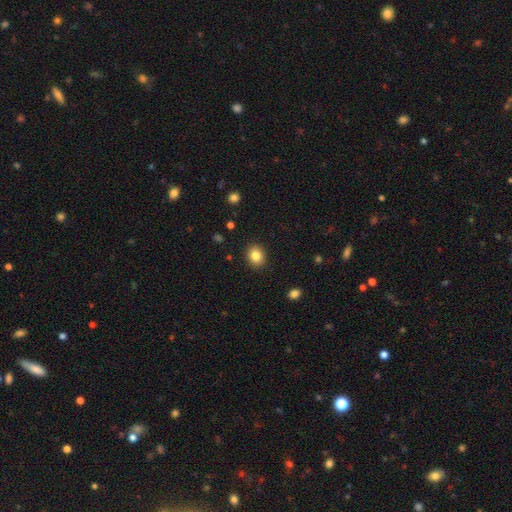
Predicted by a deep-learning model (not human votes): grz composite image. It shows a smooth galaxy with no disk features (83%) that is round (59%). Merging: none (90%).